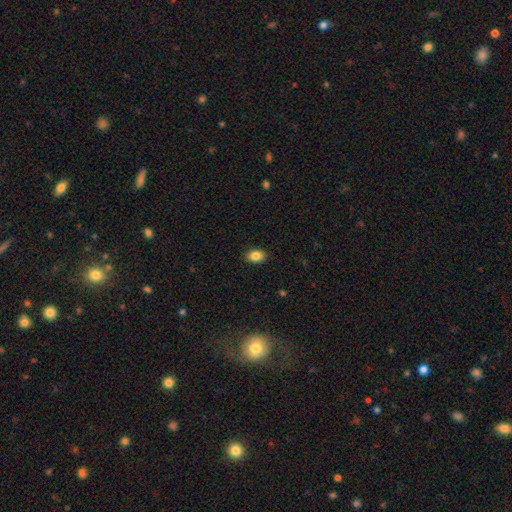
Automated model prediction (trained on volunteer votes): The model was most divided on "how rounded": in between: 79%, round: 20%, cigar-shaped: 1%. More confident: merging — none (89%); smooth or featured — smooth (86%).